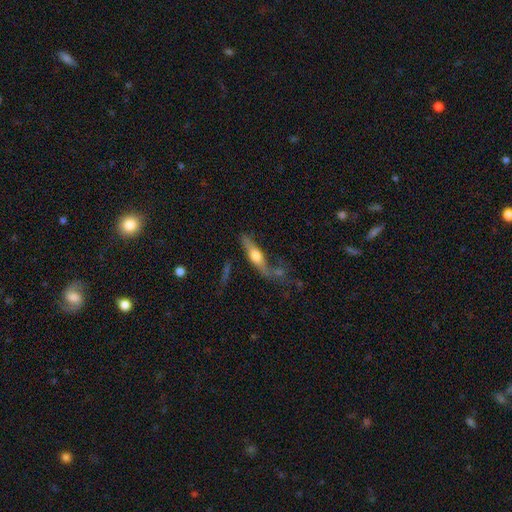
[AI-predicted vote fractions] This is possibly a featured or disk galaxy (53%). It is clearly viewed edge-on (83%). Merging: possibly none (54%).